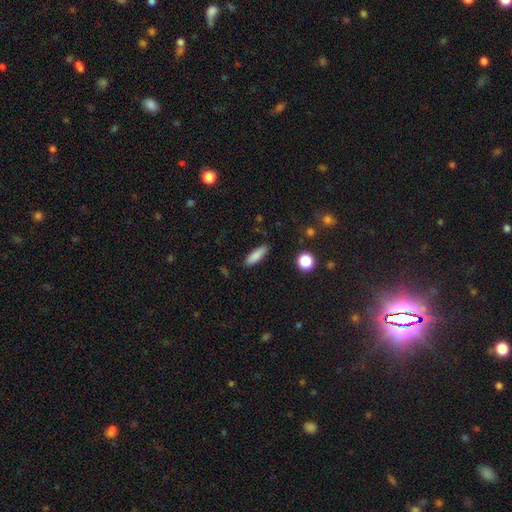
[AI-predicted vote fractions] Smooth or featured? smooth (84%)
How rounded? cigar-shaped (54%)
Merging? none (85%)